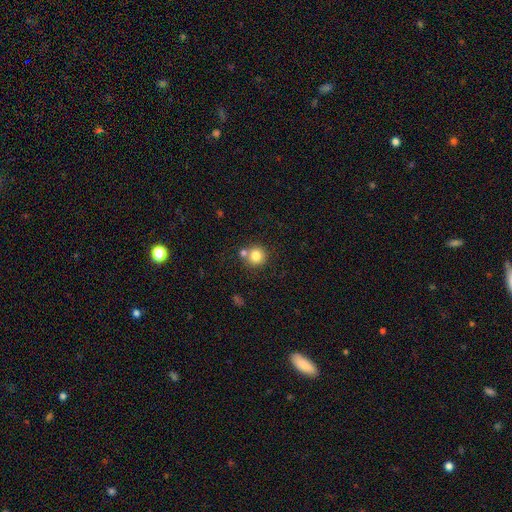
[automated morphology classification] A smooth galaxy with no disk features (80%) that is round (92%).

Vote fractions:
- Smooth or featured? smooth: 80% / star or artifact: 11% / featured or disk: 9%
- How rounded? round: 92% / in between: 7% / cigar-shaped: 1%
- Merging? none: 66% / merger: 23% / minor disturbance: 8% / major disturbance: 3%